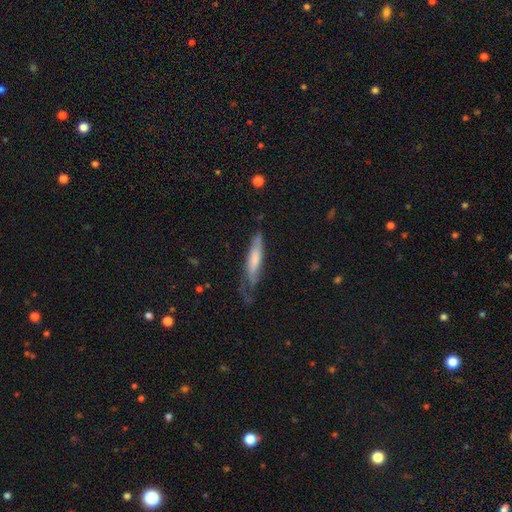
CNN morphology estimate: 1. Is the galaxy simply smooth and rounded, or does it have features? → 48% smooth, 44% featured or disk, 8% star or artifact.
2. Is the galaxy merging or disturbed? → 49% none, 31% minor disturbance, 18% major disturbance, 2% merger.